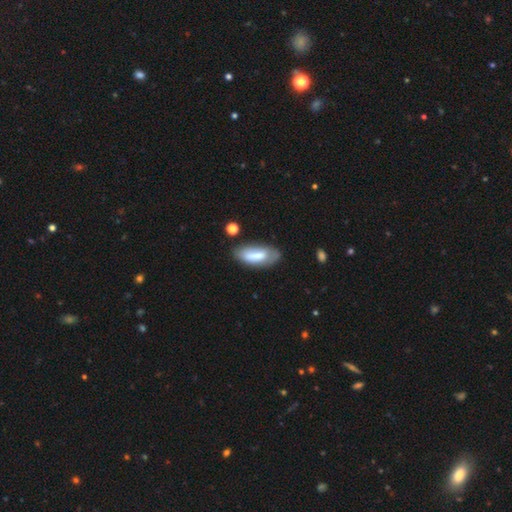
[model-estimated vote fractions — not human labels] Smooth or featured? smooth (66%)
How rounded? in between (73%)
Merging? none (65%)